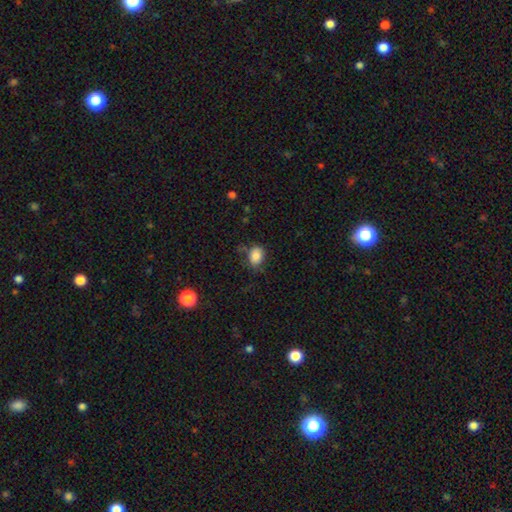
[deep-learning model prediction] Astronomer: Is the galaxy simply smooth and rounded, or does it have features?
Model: smooth — 84%.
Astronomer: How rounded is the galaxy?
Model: in between — 67%.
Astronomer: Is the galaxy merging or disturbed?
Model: none — 66%.